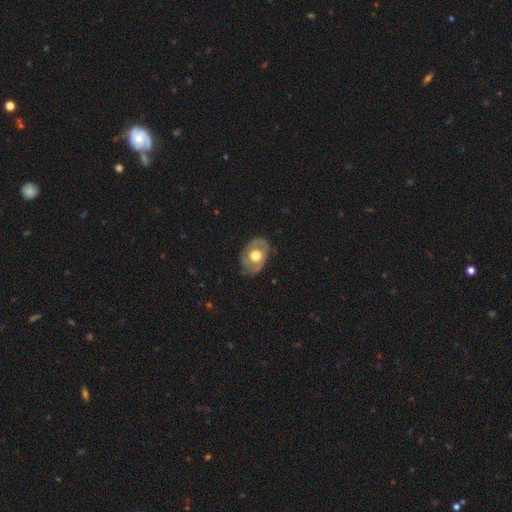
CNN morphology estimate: smooth_or_featured: featured or disk (p=0.55) [alt: smooth p=0.40]
disk_edge_on: no (p=0.93) [alt: yes p=0.07]
bar: no (p=0.86) [alt: weak p=0.11]
has_spiral_arms: no (p=0.70) [alt: yes p=0.30]
bulge_size: moderate (p=0.56) [alt: large p=0.39]
merging: none (p=0.73) [alt: minor disturbance p=0.20]